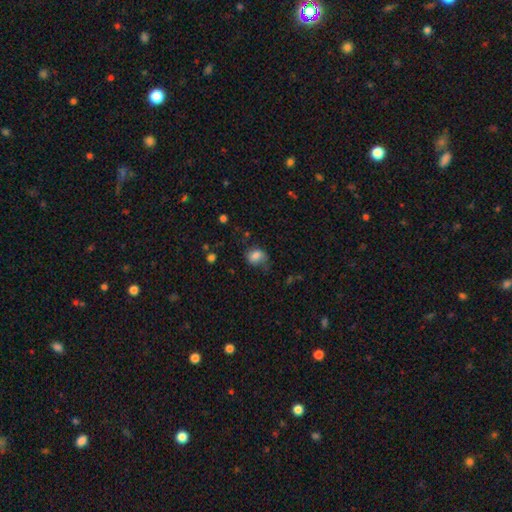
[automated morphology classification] Smooth or featured: smooth — 76% (featured or disk — 14%)
How rounded: in between — 53% (round — 46%)
Merging: none — 54% (minor disturbance — 30%)